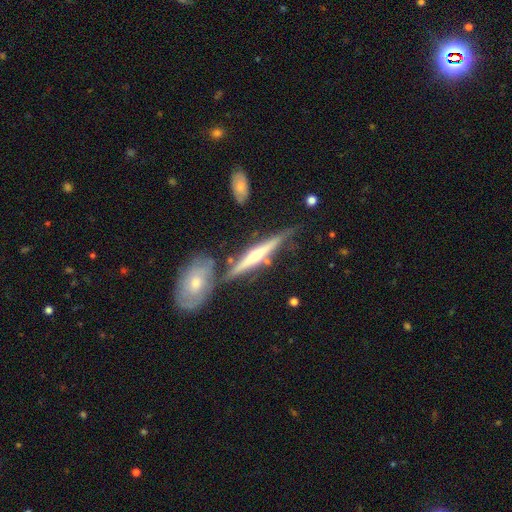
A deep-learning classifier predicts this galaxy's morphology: This is likely a featured or disk galaxy (75%). It is clearly viewed edge-on (95%). Edge-on bulge: clearly rounded (83%). Merging: likely none (69%).